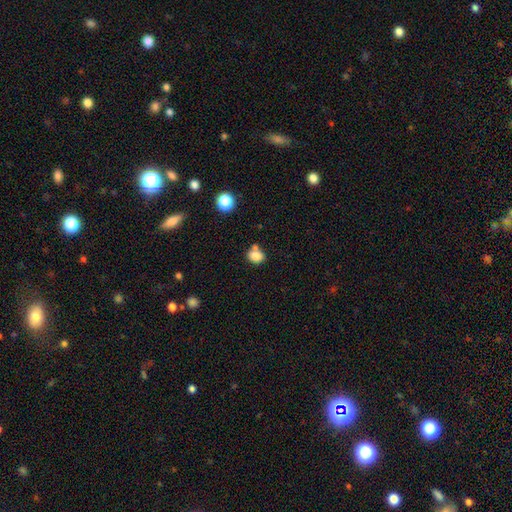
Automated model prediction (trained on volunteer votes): Smooth or featured?
  - smooth: 82% *
  - star or artifact: 11%
  - featured or disk: 8%
How rounded?
  - round: 52% *
  - in between: 47%
  - cigar-shaped: 1%
Merging?
  - none: 57% *
  - merger: 25%
  - minor disturbance: 14%
  - major disturbance: 4%